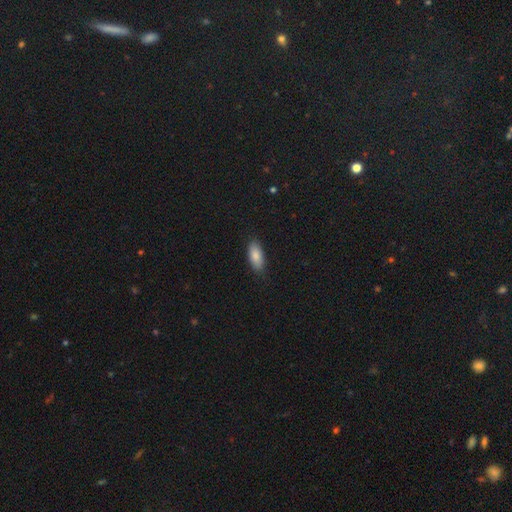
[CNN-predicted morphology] A smooth galaxy with no disk features (86%) that is in between round and cigar-shaped (85%). Merging: none (86%).